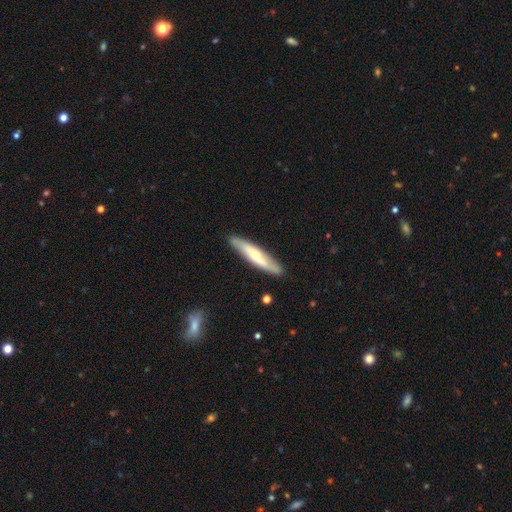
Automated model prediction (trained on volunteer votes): Smooth or featured? smooth (55%)
How rounded? cigar-shaped (87%)
Merging? none (87%)